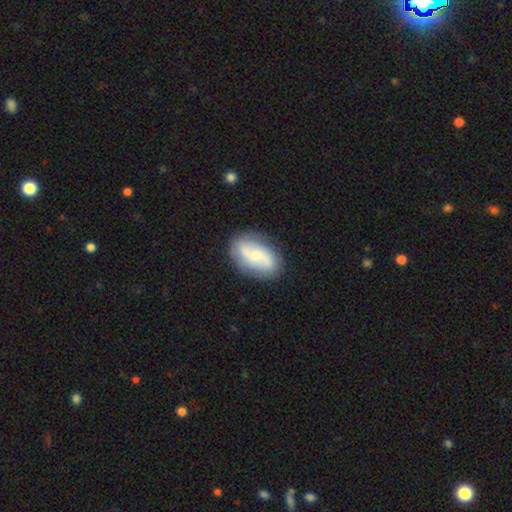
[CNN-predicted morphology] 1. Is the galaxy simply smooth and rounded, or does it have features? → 65% featured or disk, 29% smooth, 6% star or artifact.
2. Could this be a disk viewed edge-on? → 96% no, 4% yes.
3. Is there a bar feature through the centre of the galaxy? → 51% no, 38% weak, 11% strong.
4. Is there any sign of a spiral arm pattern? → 91% yes, 9% no.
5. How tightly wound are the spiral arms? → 52% loose, 34% medium, 14% tight.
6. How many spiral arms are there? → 87% 2, 7% can't tell, 2% 3, 2% 1, 1% 4, 1% more than 4.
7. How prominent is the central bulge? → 57% small, 34% moderate, 4% none, 3% large, 1% dominant.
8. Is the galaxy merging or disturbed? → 81% none, 13% minor disturbance, 4% major disturbance, 2% merger.